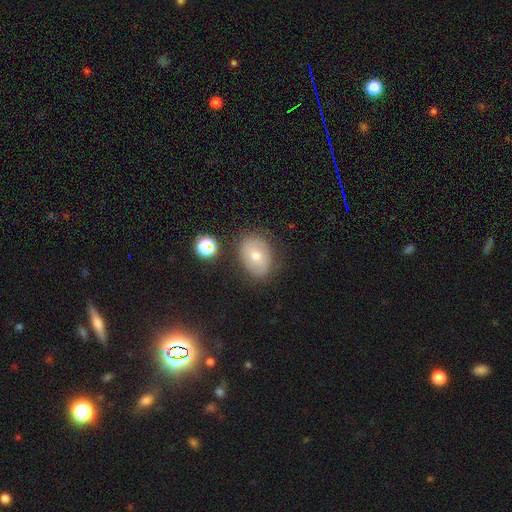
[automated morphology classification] This appears to be a smooth galaxy with no disk features (57%) that is in between round and cigar-shaped (67%). Merging: none (78%).